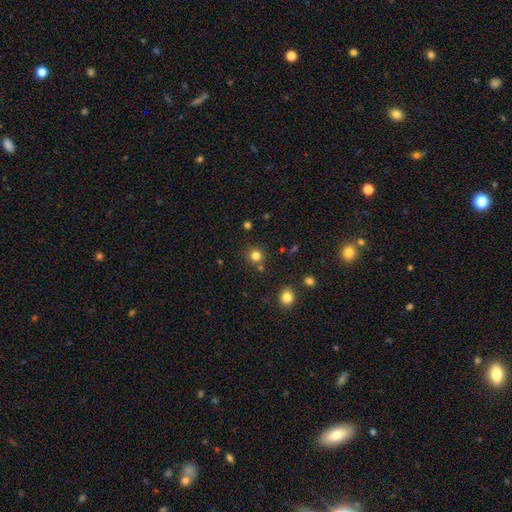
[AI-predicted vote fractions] Morphology: type=smooth (80%); roundness=round (91%); merging=none (82%).